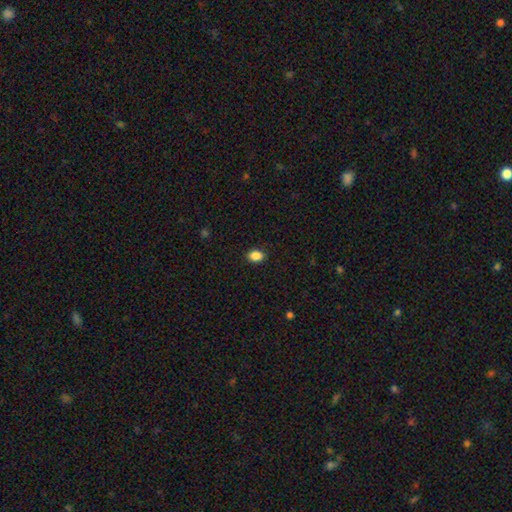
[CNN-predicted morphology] This appears to be a smooth galaxy with no disk features (88%) that is in between round and cigar-shaped (79%). Merging: none (88%).